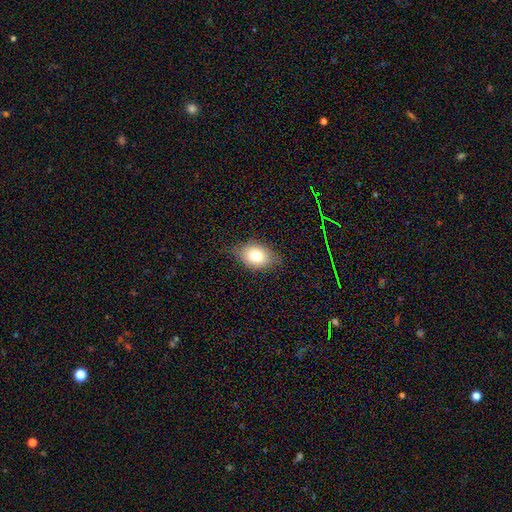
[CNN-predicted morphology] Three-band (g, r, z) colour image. It shows a smooth galaxy with no disk features (77%) that is in between round and cigar-shaped (72%). Merging: none (72%).